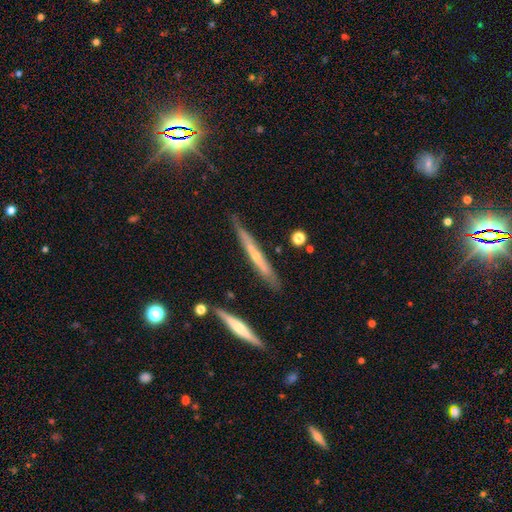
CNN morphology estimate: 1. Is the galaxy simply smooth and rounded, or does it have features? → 62% featured or disk, 31% smooth, 7% star or artifact.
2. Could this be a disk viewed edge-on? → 94% yes, 6% no.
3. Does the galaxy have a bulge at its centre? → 51% rounded, 44% none, 5% boxy.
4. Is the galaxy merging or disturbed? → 80% none, 15% minor disturbance, 3% merger, 2% major disturbance.